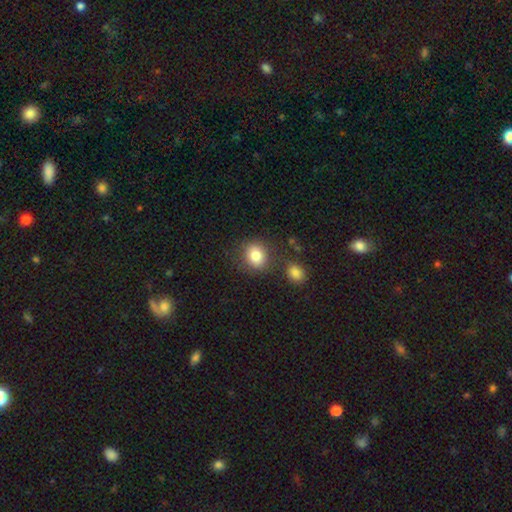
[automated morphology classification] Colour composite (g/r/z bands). It shows a smooth galaxy with no disk features (83%) that is round (67%). Merging: none (75%).